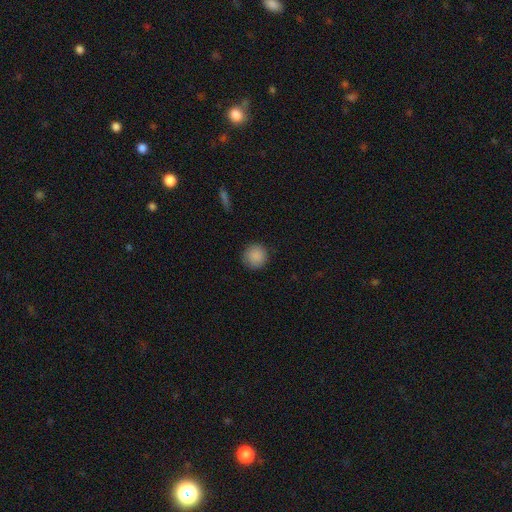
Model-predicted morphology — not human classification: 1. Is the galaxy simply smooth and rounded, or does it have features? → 88% smooth, 8% star or artifact, 3% featured or disk.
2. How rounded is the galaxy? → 94% round, 5% in between, 1% cigar-shaped.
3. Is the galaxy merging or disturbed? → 90% none, 7% minor disturbance, 2% major disturbance, 1% merger.